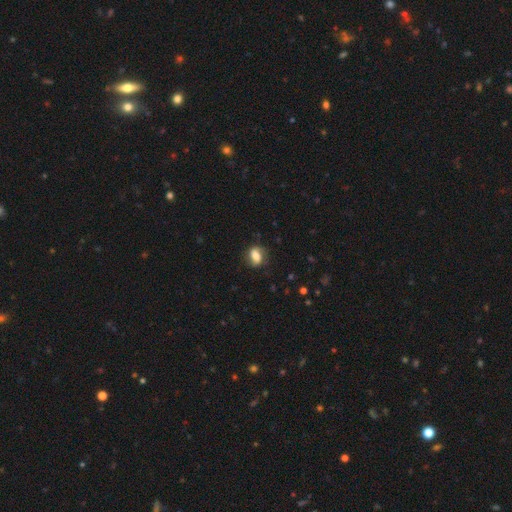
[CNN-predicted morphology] This appears to be a smooth galaxy with no disk features (58%) that is in between round and cigar-shaped (70%). Merging: none (72%).